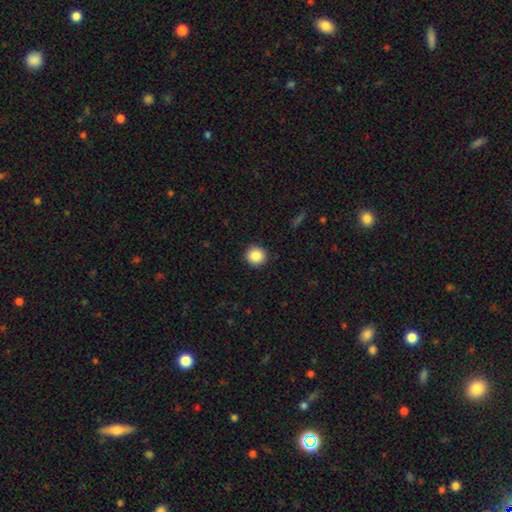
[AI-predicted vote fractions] This is clearly a smooth galaxy (87%). How rounded: clearly round (94%). Merging: clearly none (92%).